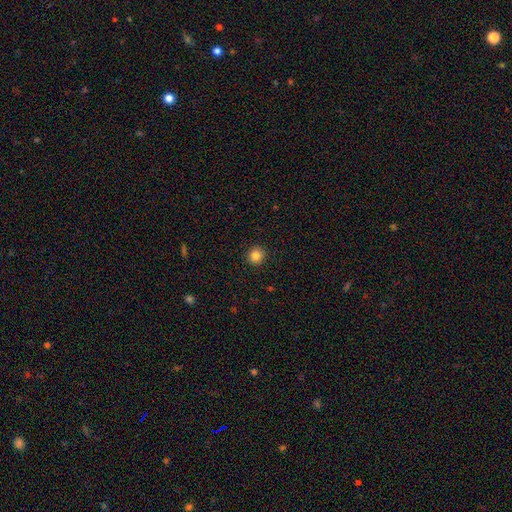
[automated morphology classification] Overall: smooth (84%). How rounded: round (93%). Merging: none (92%).